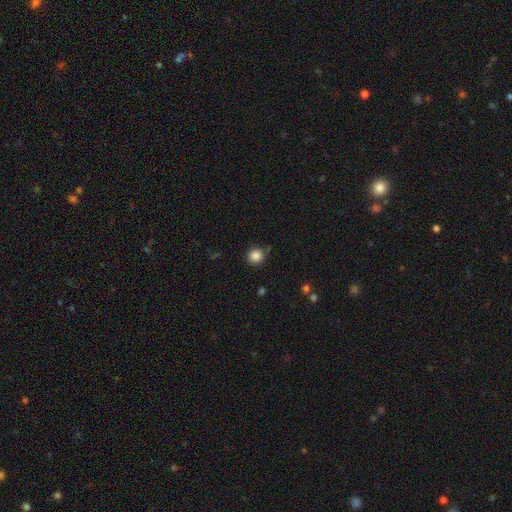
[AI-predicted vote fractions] A smooth galaxy with no disk features (85%) that is round (92%).

Vote fractions:
- Smooth or featured? smooth: 85% / star or artifact: 11% / featured or disk: 4%
- How rounded? round: 92% / in between: 7% / cigar-shaped: 1%
- Merging? none: 85% / minor disturbance: 10% / merger: 3% / major disturbance: 3%